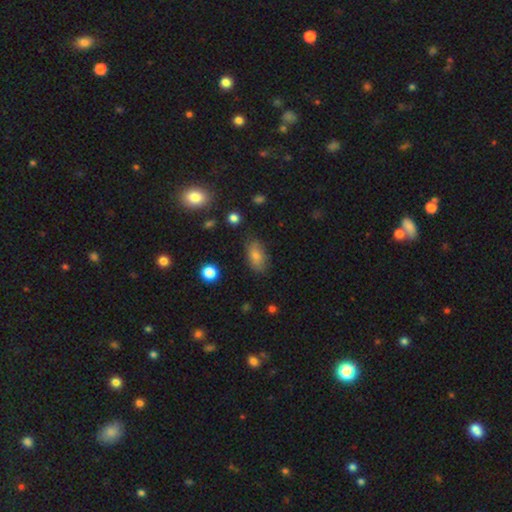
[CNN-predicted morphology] Q: Smooth or featured?
A: smooth (73%); runner-up: featured or disk (16%)
Q: How rounded?
A: in between (89%); runner-up: round (7%)
Q: Merging?
A: none (77%); runner-up: minor disturbance (17%)